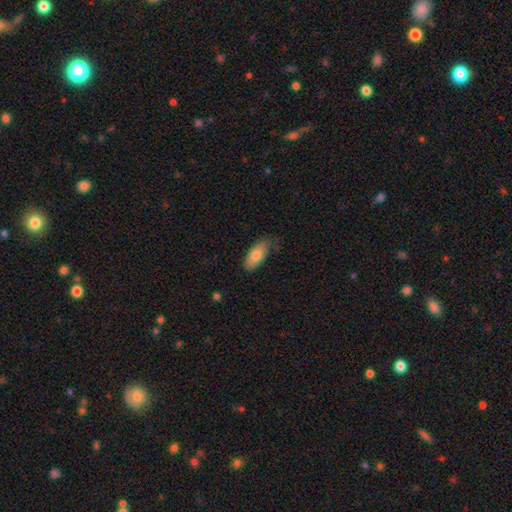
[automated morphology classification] type=smooth (79%); roundness=in between (87%); merging=none (72%).